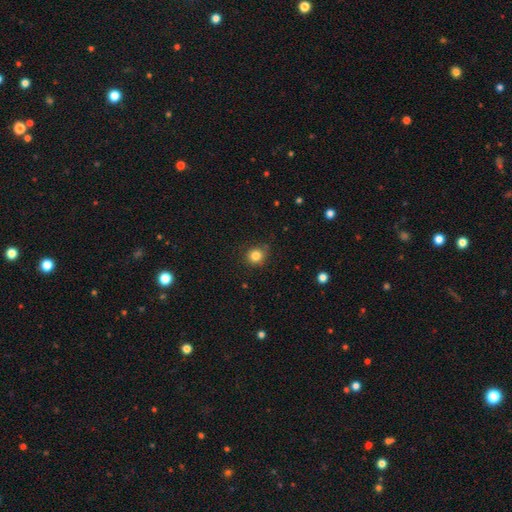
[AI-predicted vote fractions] Smooth or featured? Predicted: smooth (p=0.83). How rounded? Predicted: round (p=0.86). Merging? Predicted: none (p=0.80).